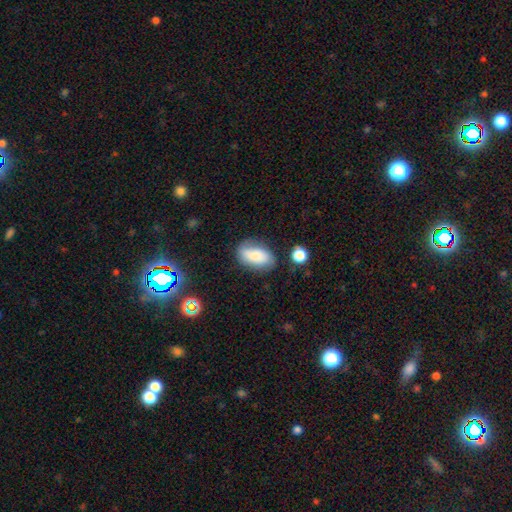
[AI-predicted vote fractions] Overall: smooth (71%). How rounded: in between (89%). Merging: none (68%).